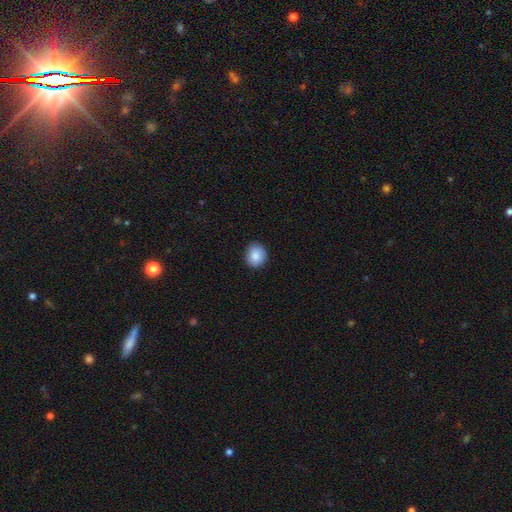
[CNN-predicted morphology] Smooth or featured: smooth — 87% (star or artifact — 8%)
How rounded: round — 78% (in between — 21%)
Merging: none — 86% (minor disturbance — 10%)